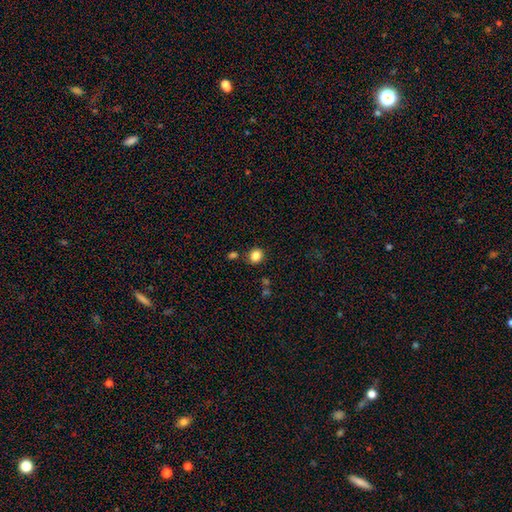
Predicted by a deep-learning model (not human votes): This is clearly a smooth galaxy (85%). How rounded: likely round (68%). Merging: likely none (80%).